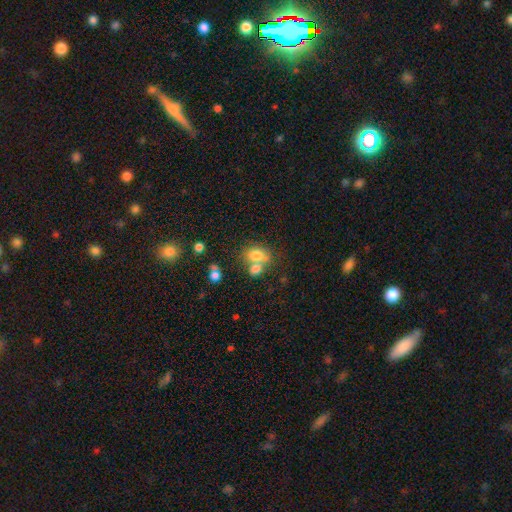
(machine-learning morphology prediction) A smooth galaxy with no disk features (74%) that is in between round and cigar-shaped (63%).

Vote fractions:
- Smooth or featured? smooth: 74% / featured or disk: 15% / star or artifact: 11%
- How rounded? in between: 63% / round: 36% / cigar-shaped: 1%
- Merging? merger: 48% / none: 36% / minor disturbance: 11% / major disturbance: 5%